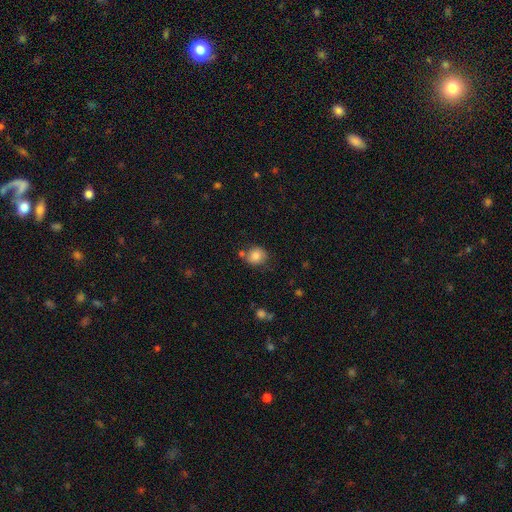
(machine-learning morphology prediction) A smooth galaxy with no disk features (82%) that is round (78%). Merging: none (72%).